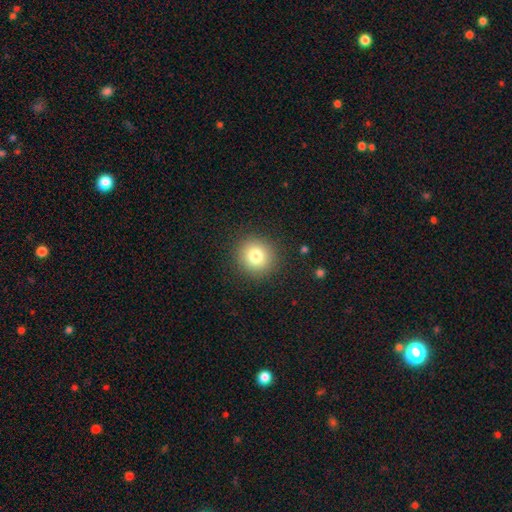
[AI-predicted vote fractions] The model was most divided on "smooth or featured": smooth: 80%, star or artifact: 11%, featured or disk: 9%. More confident: how rounded — round (93%); merging — none (90%).